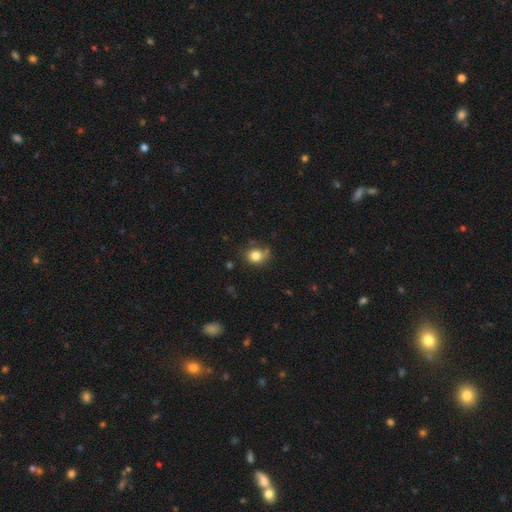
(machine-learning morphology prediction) smooth 81%, star or artifact 11%, featured or disk 8%. Down the decision tree: how rounded — round (68%); merging — none (65%).